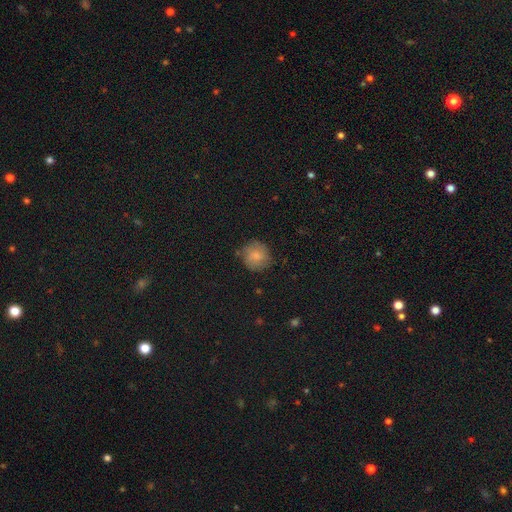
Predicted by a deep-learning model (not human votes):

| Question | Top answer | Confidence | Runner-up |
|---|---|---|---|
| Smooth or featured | smooth | 74% | featured or disk (17%) |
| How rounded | round | 89% | in between (10%) |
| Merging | none | 75% | minor disturbance (19%) |